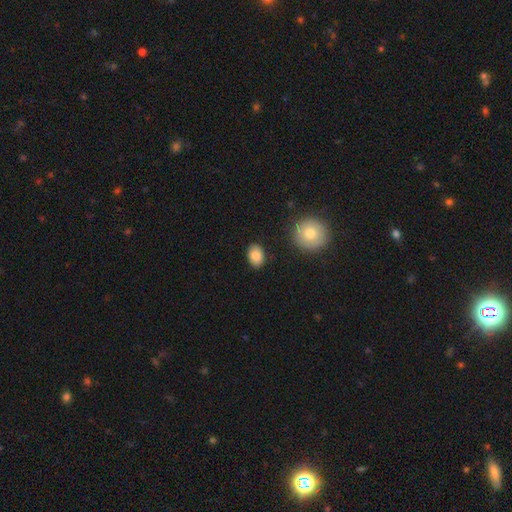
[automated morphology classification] Smooth or featured? smooth (86%)
How rounded? in between (75%)
Merging? none (87%)